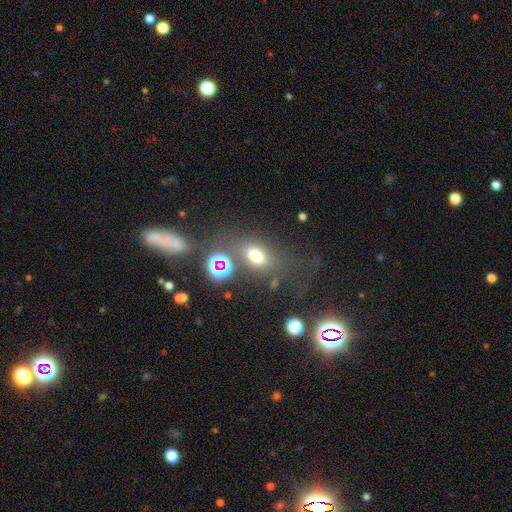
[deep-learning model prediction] Smooth or featured?
  - smooth: 66% *
  - star or artifact: 21%
  - featured or disk: 12%
How rounded?
  - in between: 72% *
  - round: 25%
  - cigar-shaped: 4%
Merging?
  - none: 60% *
  - minor disturbance: 16%
  - major disturbance: 13%
  - merger: 11%